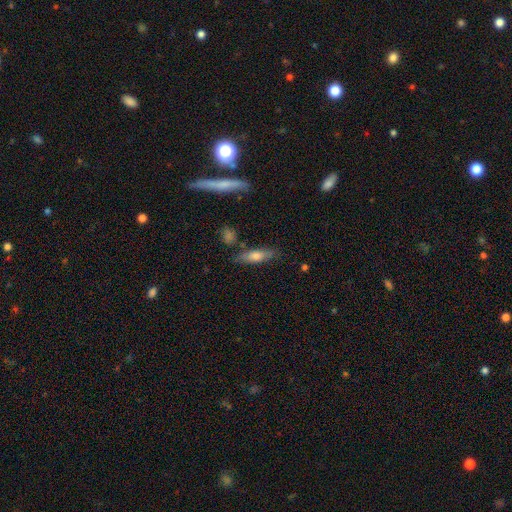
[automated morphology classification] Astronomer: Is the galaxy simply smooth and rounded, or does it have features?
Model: smooth — 65%.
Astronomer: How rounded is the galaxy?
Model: cigar-shaped — 58% (runner-up: in between, 40%).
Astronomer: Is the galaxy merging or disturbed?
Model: none — 78%.